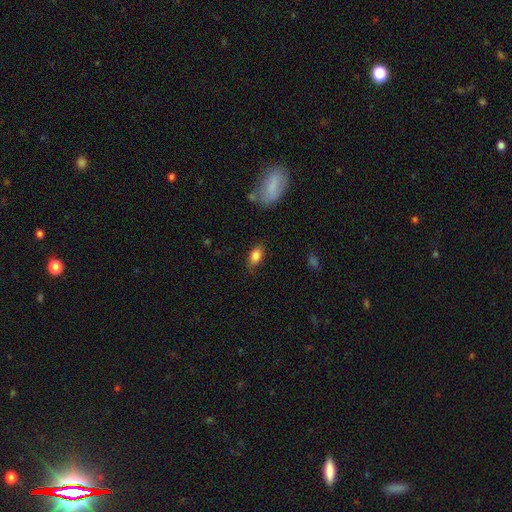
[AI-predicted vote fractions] This is clearly a smooth galaxy (84%). How rounded: clearly in between (88%). Merging: likely none (76%).